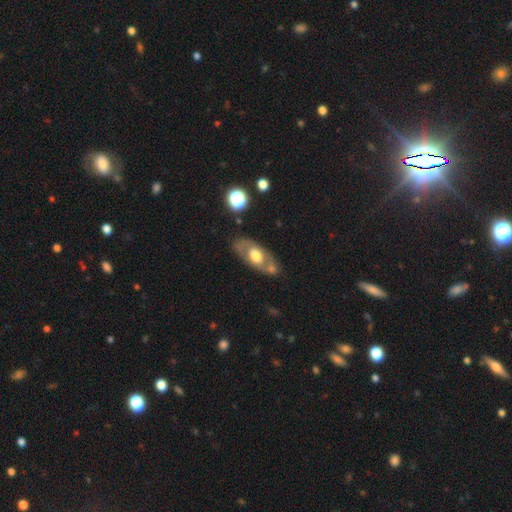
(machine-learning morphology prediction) smooth_or_featured: featured or disk (p=0.53) [alt: smooth p=0.41]
disk_edge_on: no (p=0.80) [alt: yes p=0.20]
merging: none (p=0.67) [alt: minor disturbance p=0.18]